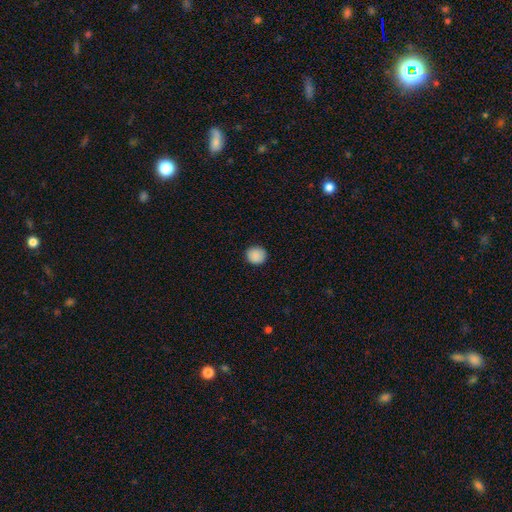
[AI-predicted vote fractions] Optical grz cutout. It shows a smooth galaxy with no disk features (89%) that is round (90%). Merging: none (90%).